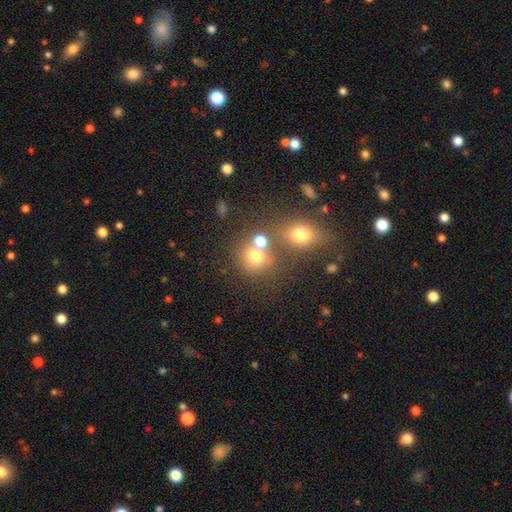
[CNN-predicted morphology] A smooth galaxy with no disk features (71%) that is round (81%).

Vote fractions:
- Smooth or featured? smooth: 71% / star or artifact: 17% / featured or disk: 11%
- How rounded? round: 81% / in between: 18% / cigar-shaped: 1%
- Merging? none: 52% / merger: 33% / minor disturbance: 9% / major disturbance: 5%